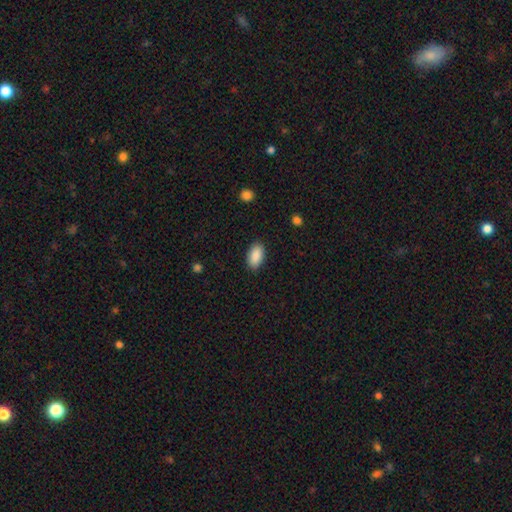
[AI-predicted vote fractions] Smooth or featured: smooth — 90% (star or artifact — 7%)
How rounded: in between — 94% (round — 4%)
Merging: none — 87% (minor disturbance — 9%)